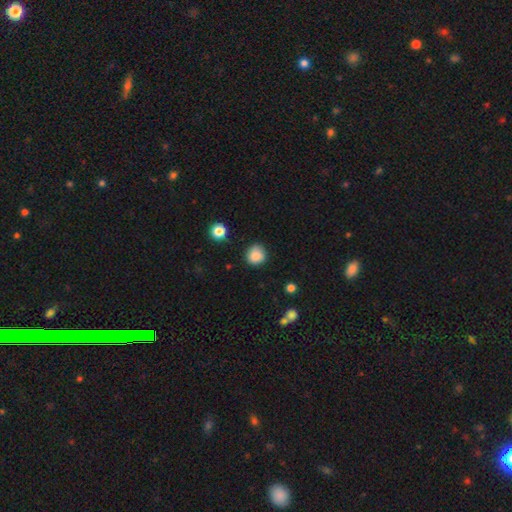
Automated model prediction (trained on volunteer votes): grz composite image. It shows a smooth galaxy with no disk features (86%) that is round (89%). Merging: none (84%).